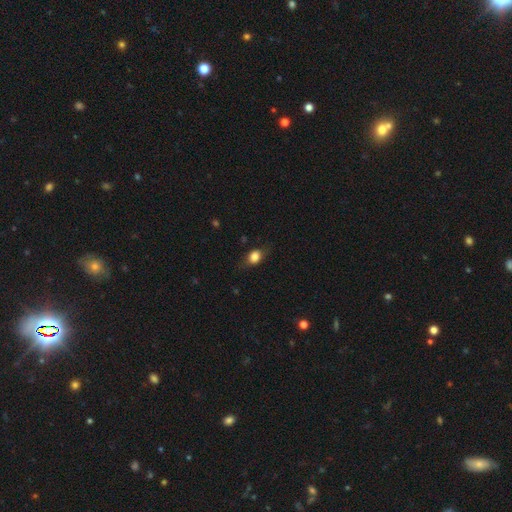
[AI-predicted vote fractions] Q: Smooth or featured?
A: smooth (81%); runner-up: featured or disk (9%)
Q: How rounded?
A: in between (55%); runner-up: round (43%)
Q: Merging?
A: none (76%); runner-up: minor disturbance (18%)